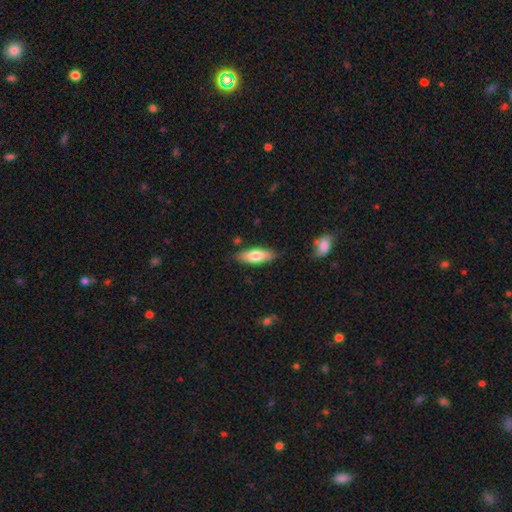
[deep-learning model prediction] The model was most divided on "how rounded": in between: 69%, cigar-shaped: 29%, round: 2%. More confident: merging — none (81%); smooth or featured — smooth (74%).